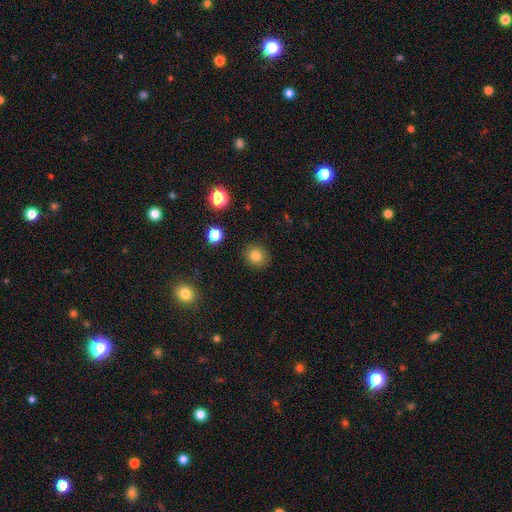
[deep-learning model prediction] Smooth or featured?
  - smooth: 80% *
  - star or artifact: 13%
  - featured or disk: 7%
How rounded?
  - round: 85% *
  - in between: 14%
  - cigar-shaped: 1%
Merging?
  - none: 90% *
  - minor disturbance: 6%
  - major disturbance: 2%
  - merger: 1%